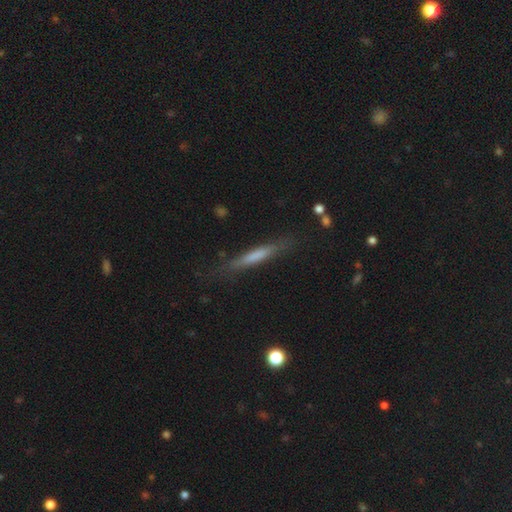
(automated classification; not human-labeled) The model was most divided on "smooth or featured": smooth: 62%, featured or disk: 31%, star or artifact: 7%. More confident: how rounded — cigar-shaped (92%); merging — none (79%).